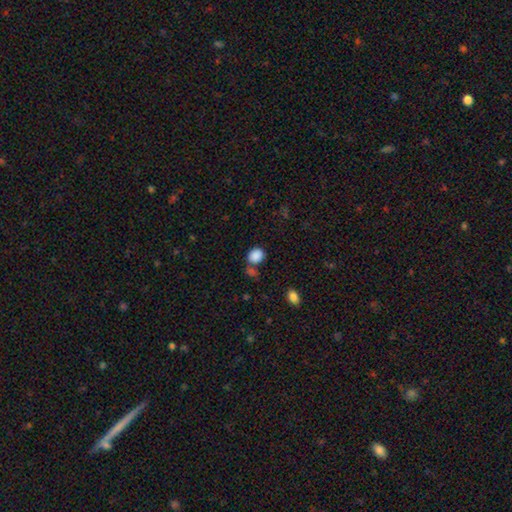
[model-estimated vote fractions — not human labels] Morphology: type=smooth (87%); roundness=round (57%); merging=none (60%).